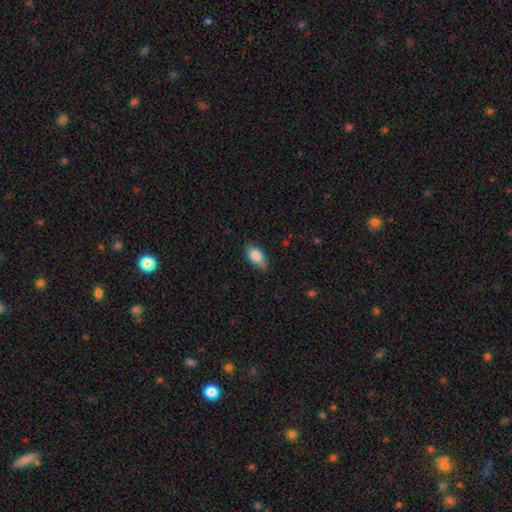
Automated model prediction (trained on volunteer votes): Smooth or featured? smooth (85%)
How rounded? in between (91%)
Merging? none (77%)